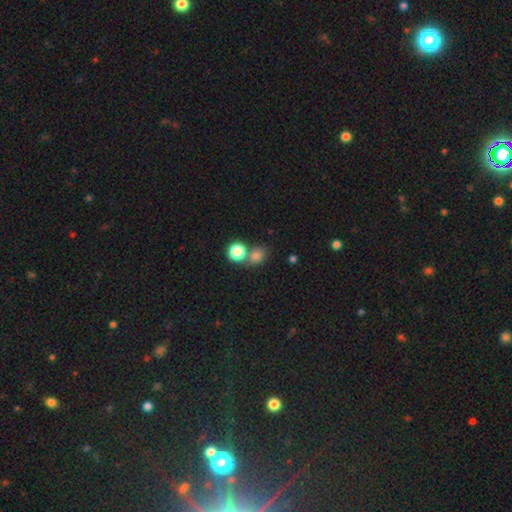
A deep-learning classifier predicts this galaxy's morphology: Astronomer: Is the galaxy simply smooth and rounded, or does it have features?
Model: smooth — 78%.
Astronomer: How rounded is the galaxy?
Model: round — 70%.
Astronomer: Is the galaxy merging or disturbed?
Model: none — 55% (runner-up: merger, 32%).